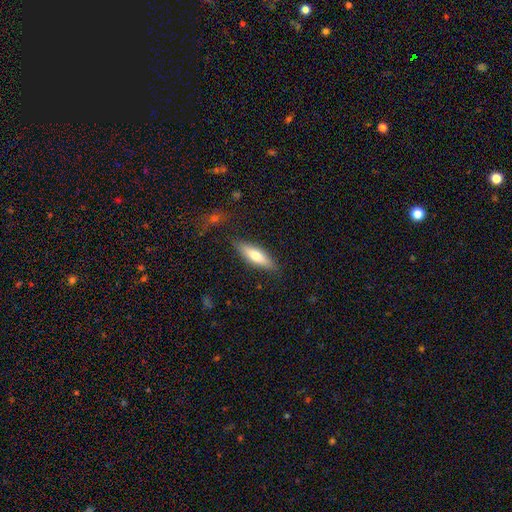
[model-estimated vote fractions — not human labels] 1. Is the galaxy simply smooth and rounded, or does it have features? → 63% smooth, 31% featured or disk, 6% star or artifact.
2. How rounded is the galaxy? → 58% cigar-shaped, 40% in between, 2% round.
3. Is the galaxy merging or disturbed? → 84% none, 11% minor disturbance, 3% major disturbance, 2% merger.